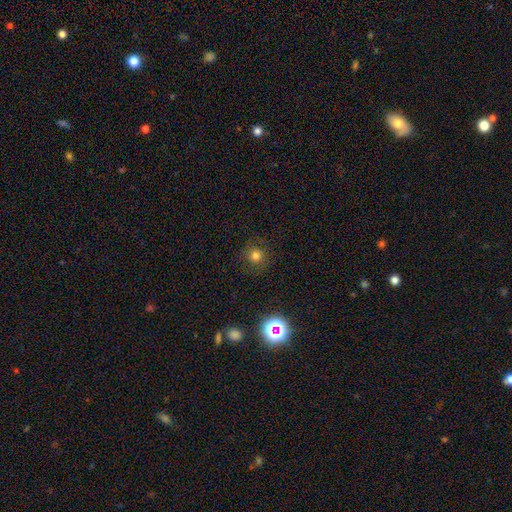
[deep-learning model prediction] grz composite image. It shows a smooth galaxy with no disk features (70%) that is round (93%). Merging: none (85%).